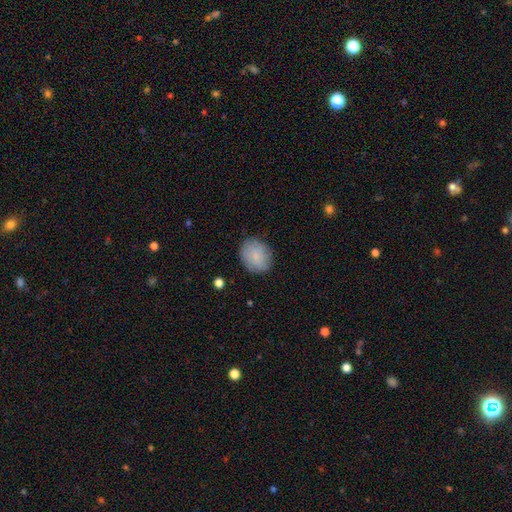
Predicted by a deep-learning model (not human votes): smooth_or_featured: smooth (p=0.82) [alt: featured or disk p=0.11]
how_rounded: round (p=0.51) [alt: in between p=0.48]
merging: none (p=0.82) [alt: minor disturbance p=0.13]